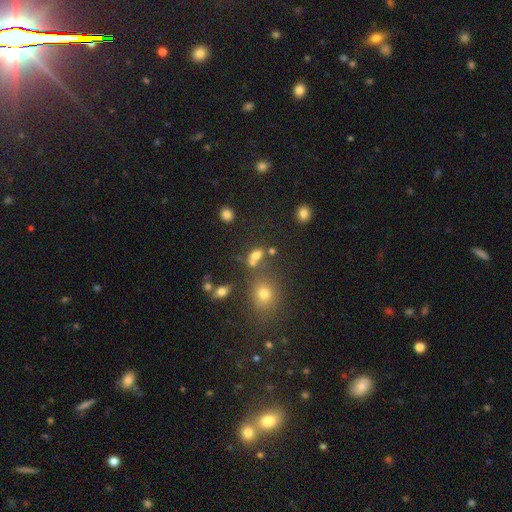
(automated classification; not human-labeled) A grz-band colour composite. It shows a smooth galaxy with no disk features (71%) that is in between round and cigar-shaped (67%). Merging: none (46%).